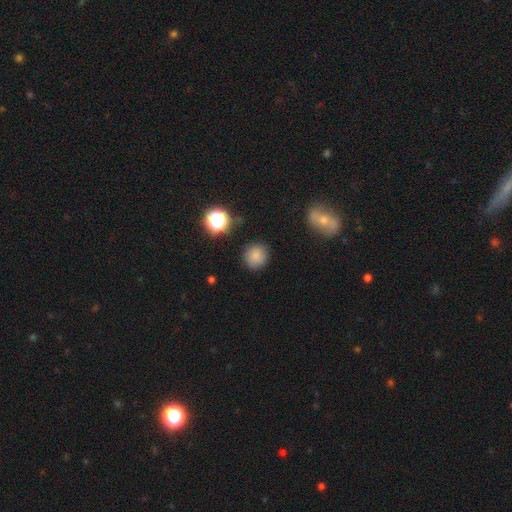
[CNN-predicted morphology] This appears to be a smooth galaxy with no disk features (81%) that is round (90%). Merging: none (84%).